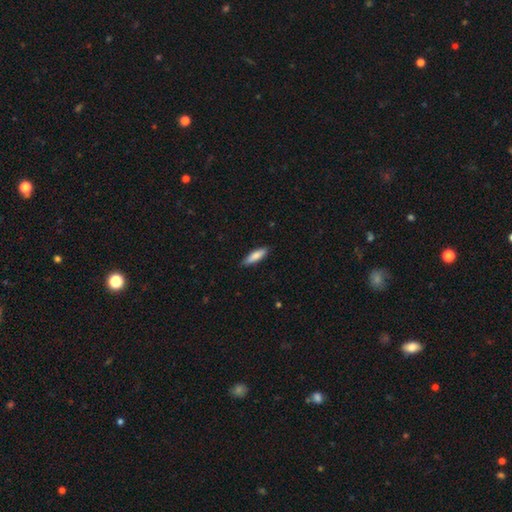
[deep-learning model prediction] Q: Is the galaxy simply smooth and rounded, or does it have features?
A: smooth — 80%.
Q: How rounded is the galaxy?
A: cigar-shaped — 61%.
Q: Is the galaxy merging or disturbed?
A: none — 86%.